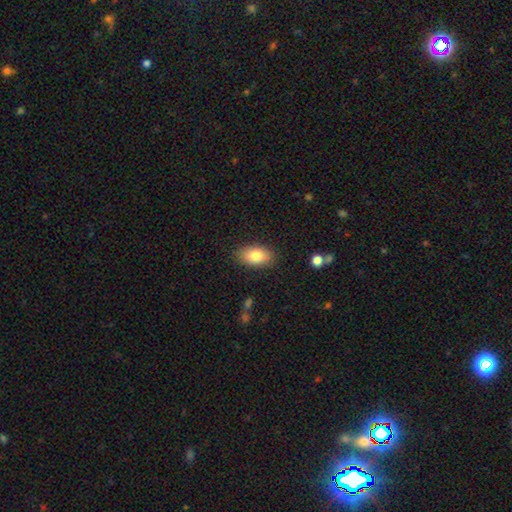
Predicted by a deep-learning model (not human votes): Smooth or featured: smooth — 81% (featured or disk — 12%)
How rounded: in between — 92% (round — 6%)
Merging: none — 86% (minor disturbance — 11%)